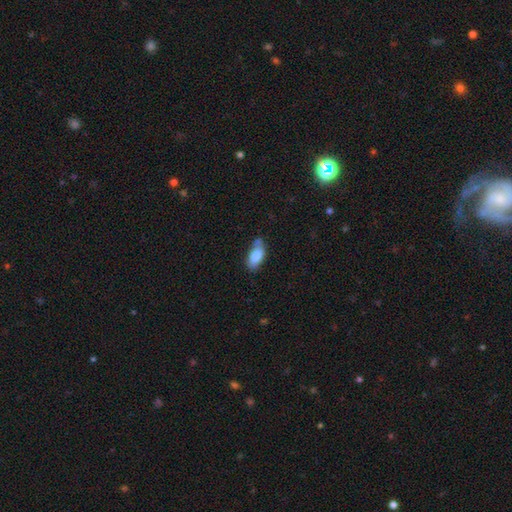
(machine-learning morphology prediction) Overall: smooth (80%). How rounded: in between (88%). Merging: none (58%; minor disturbance 28%).